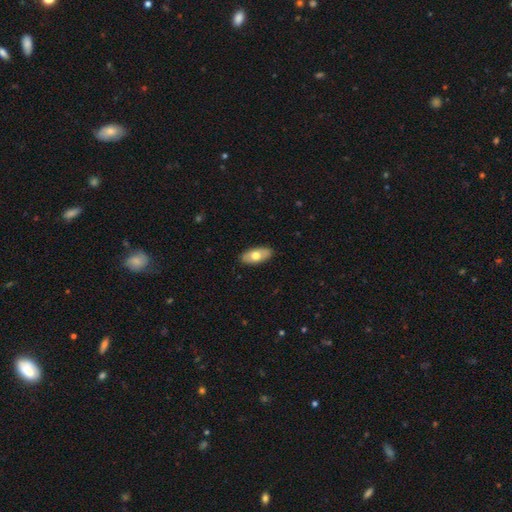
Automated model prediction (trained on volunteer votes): Smooth or featured?
  - smooth: 67% *
  - featured or disk: 27%
  - star or artifact: 6%
How rounded?
  - in between: 89% *
  - cigar-shaped: 8%
  - round: 3%
Merging?
  - none: 88% *
  - minor disturbance: 9%
  - major disturbance: 2%
  - merger: 1%